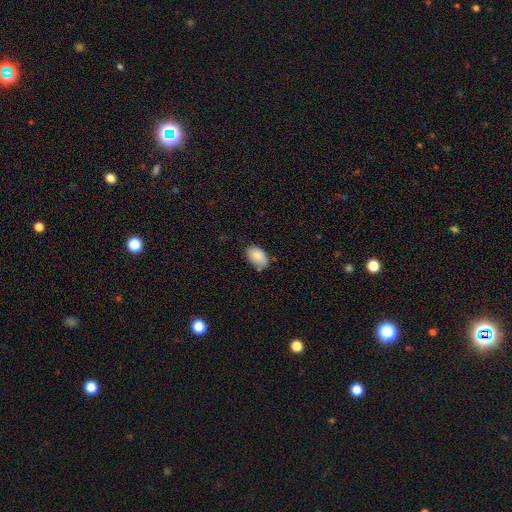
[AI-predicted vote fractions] This appears to be a smooth galaxy with no disk features (86%) that is in between round and cigar-shaped (91%). Merging: none (68%).